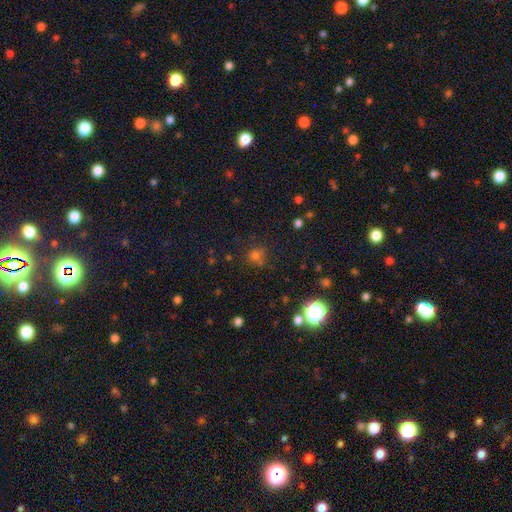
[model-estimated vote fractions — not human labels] A smooth galaxy with no disk features (63%) that is round (82%).

Vote fractions:
- Smooth or featured? smooth: 63% / star or artifact: 29% / featured or disk: 8%
- How rounded? round: 82% / in between: 17% / cigar-shaped: 1%
- Merging? none: 68% / minor disturbance: 15% / merger: 9% / major disturbance: 7%